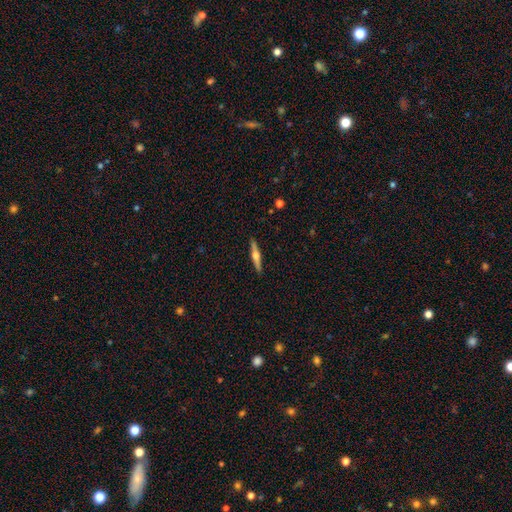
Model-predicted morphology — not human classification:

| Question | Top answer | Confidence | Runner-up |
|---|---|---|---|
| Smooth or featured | featured or disk | 63% | smooth (31%) |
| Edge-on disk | yes | 98% | no (2%) |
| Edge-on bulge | rounded | 88% | boxy (7%) |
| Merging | none | 91% | minor disturbance (6%) |